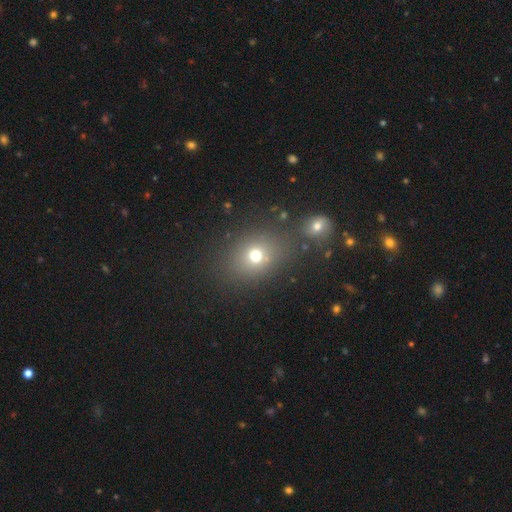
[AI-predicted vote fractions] Morphology: type=smooth (69%); roundness=round (57%); merging=none (68%).